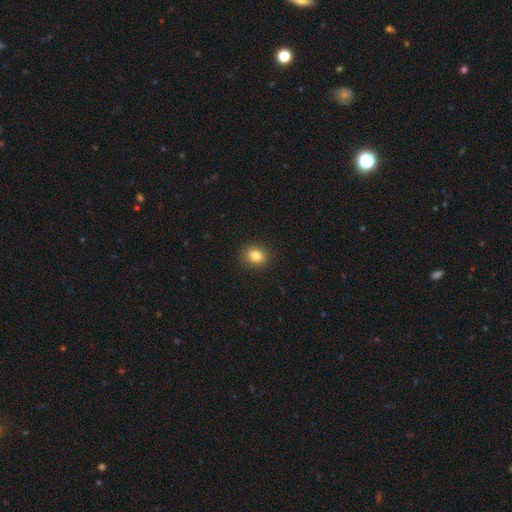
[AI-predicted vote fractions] Smooth or featured: smooth — 83% (star or artifact — 11%)
How rounded: round — 69% (in between — 30%)
Merging: none — 89% (minor disturbance — 8%)